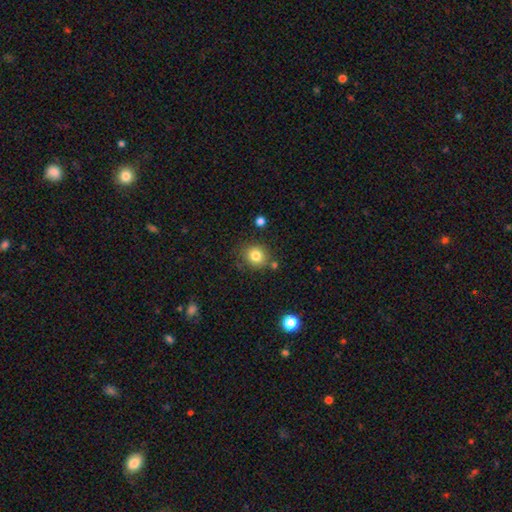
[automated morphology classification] Overall: smooth (82%). How rounded: round (77%). Merging: none (77%).